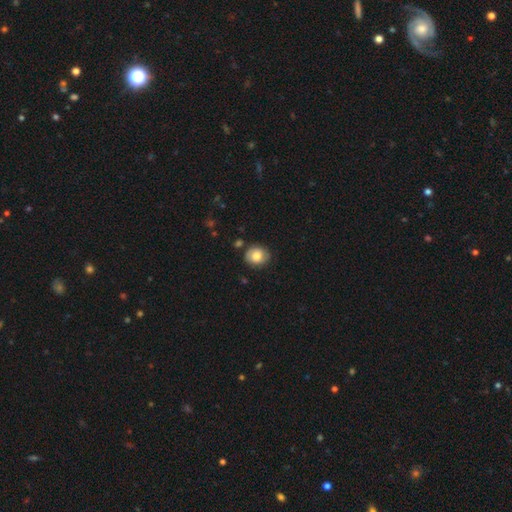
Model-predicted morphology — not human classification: The model was most divided on "how rounded": round: 72%, in between: 27%, cigar-shaped: 1%. More confident: merging — none (79%); smooth or featured — smooth (70%).